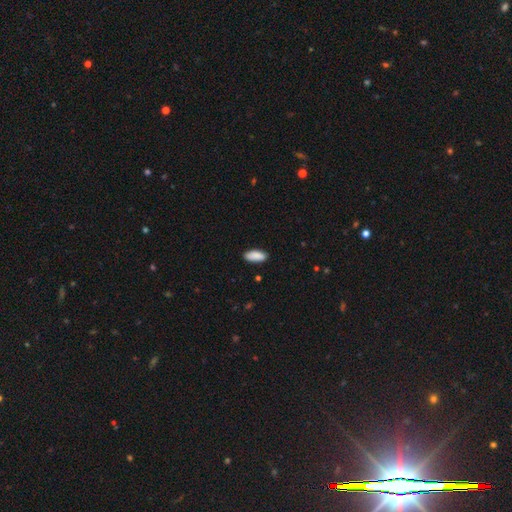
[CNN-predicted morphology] Overall: smooth (90%). How rounded: in between (82%). Merging: none (87%).